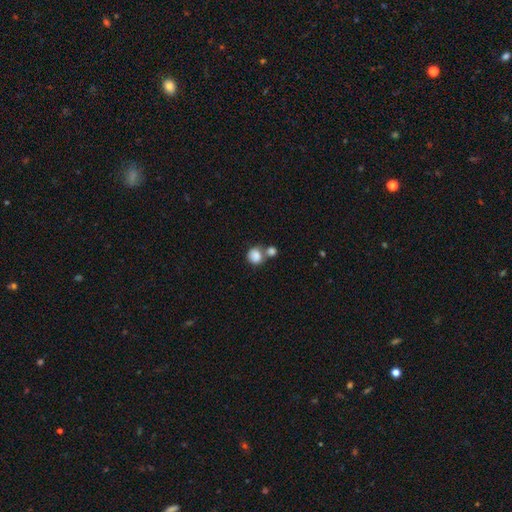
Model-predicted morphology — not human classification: This appears to be a smooth galaxy with no disk features (84%) that is round (76%). Merging: merger (44%).